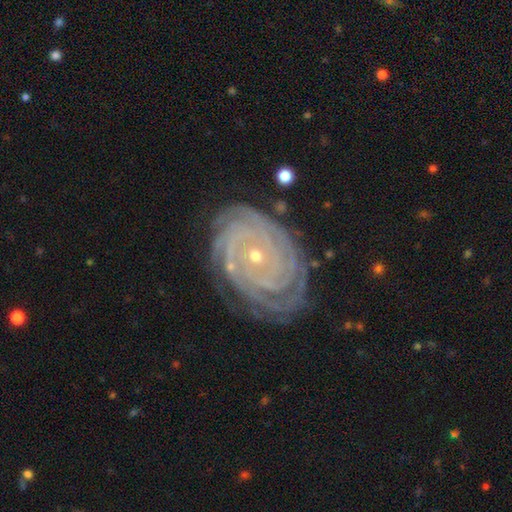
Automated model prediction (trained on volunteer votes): Smooth or featured: featured or disk — 91% (star or artifact — 6%)
Edge-on disk: no — 97% (yes — 3%)
Bar: no — 74% (weak — 16%)
Spiral arms: yes — 99% (no — 1%)
Spiral winding: tight — 90% (medium — 8%)
Spiral arm count: 4 — 25% (more than 4 — 22%)
Bulge size: small — 78% (moderate — 19%)
Merging: none — 81% (minor disturbance — 14%)